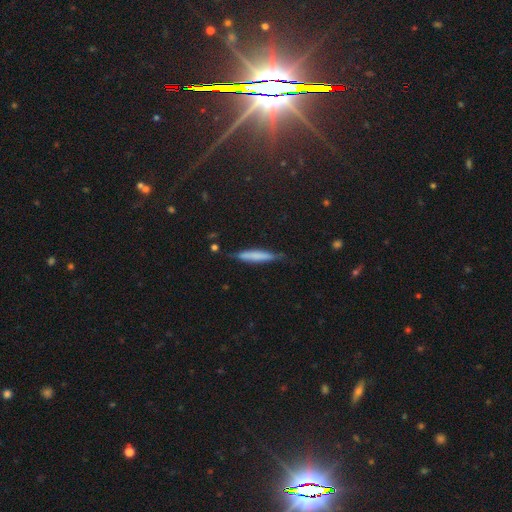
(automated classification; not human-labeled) Smooth or featured: smooth — 62% (featured or disk — 30%)
How rounded: cigar-shaped — 92% (in between — 6%)
Merging: none — 76% (minor disturbance — 19%)